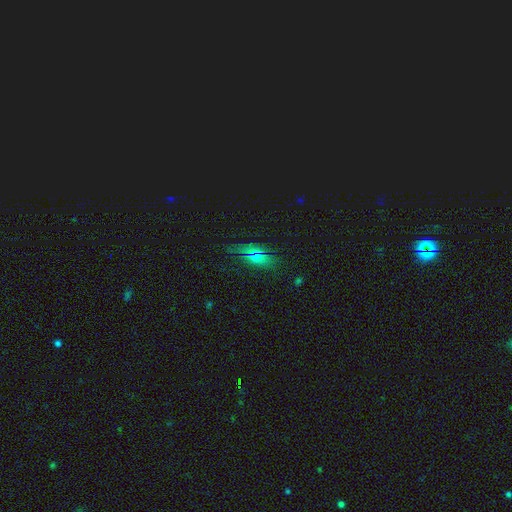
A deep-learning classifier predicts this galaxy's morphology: smooth 59%, star or artifact 26%, featured or disk 15%. Down the decision tree: how rounded — in between (79%); merging — none (80%).